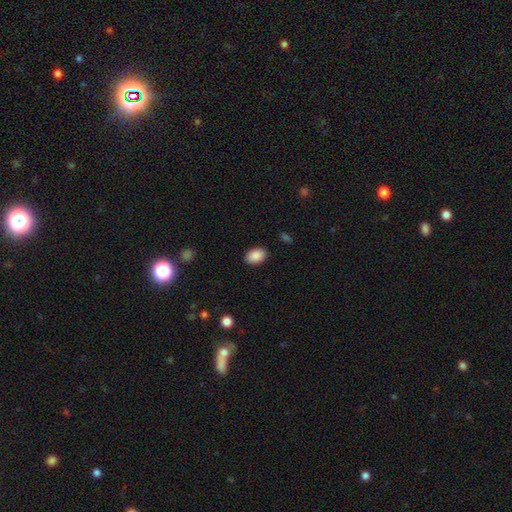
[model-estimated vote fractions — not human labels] smooth_or_featured: smooth (p=0.89) [alt: star or artifact p=0.07]
how_rounded: in between (p=0.87) [alt: round p=0.12]
merging: none (p=0.89) [alt: minor disturbance p=0.08]